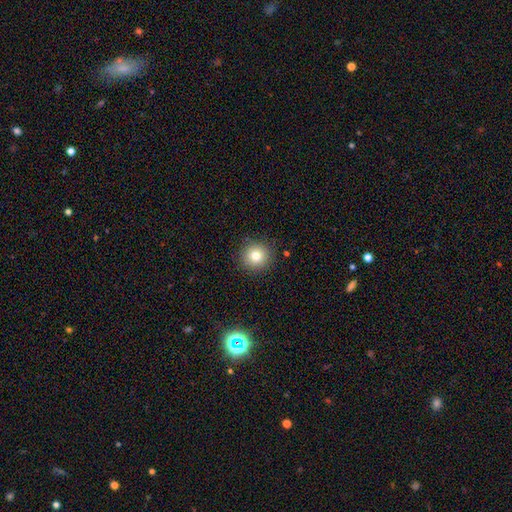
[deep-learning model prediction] A smooth galaxy with no disk features (78%) that is round (94%).

Vote fractions:
- Smooth or featured? smooth: 78% / star or artifact: 12% / featured or disk: 9%
- How rounded? round: 94% / in between: 5% / cigar-shaped: 1%
- Merging? none: 90% / minor disturbance: 6% / major disturbance: 2% / merger: 1%